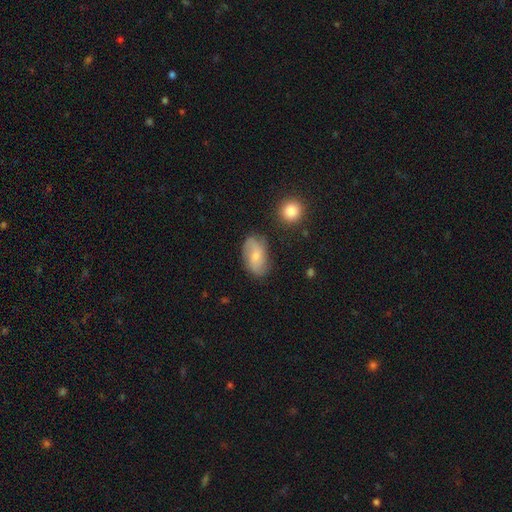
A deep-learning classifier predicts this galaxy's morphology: Smooth or featured? featured or disk (47%)
Merging? none (73%)